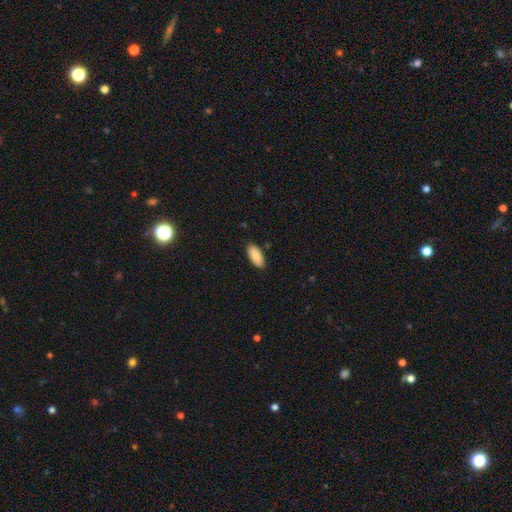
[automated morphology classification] Smooth or featured: smooth — 89% (star or artifact — 6%)
How rounded: in between — 90% (cigar-shaped — 9%)
Merging: none — 87% (minor disturbance — 10%)